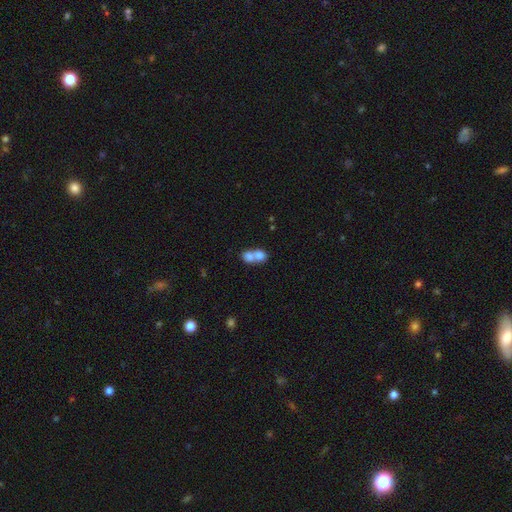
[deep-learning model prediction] smooth 76%, featured or disk 15%, star or artifact 9%. Down the decision tree: how rounded — round (53%); merging — merger (73%).